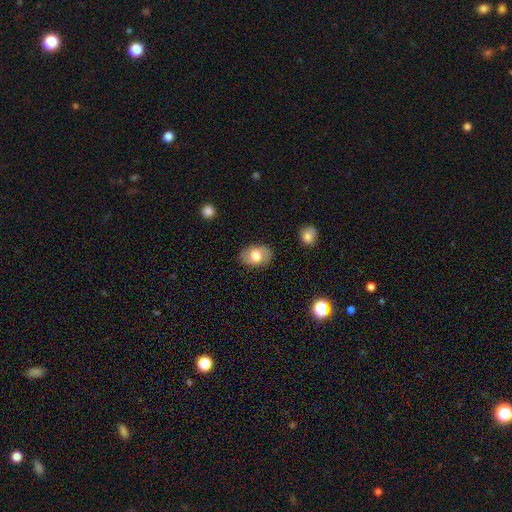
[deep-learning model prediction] This appears to be a smooth galaxy with no disk features (71%) that is in between round and cigar-shaped (85%). Merging: none (83%).